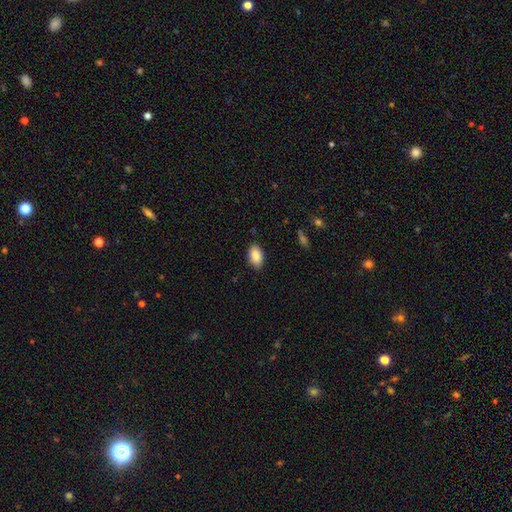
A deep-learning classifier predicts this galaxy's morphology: Smooth or featured?
  - smooth: 89% *
  - star or artifact: 7%
  - featured or disk: 4%
How rounded?
  - in between: 93% *
  - round: 5%
  - cigar-shaped: 2%
Merging?
  - none: 87% *
  - minor disturbance: 10%
  - major disturbance: 2%
  - merger: 1%